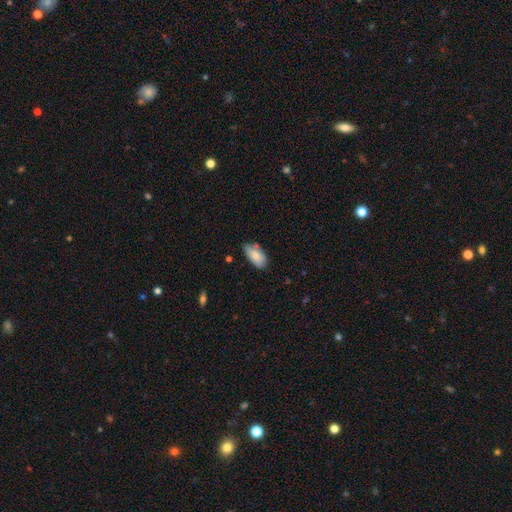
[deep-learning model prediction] Smooth or featured? Predicted: smooth (p=0.79). How rounded? Predicted: in between (p=0.93). Merging? Predicted: none (p=0.56).